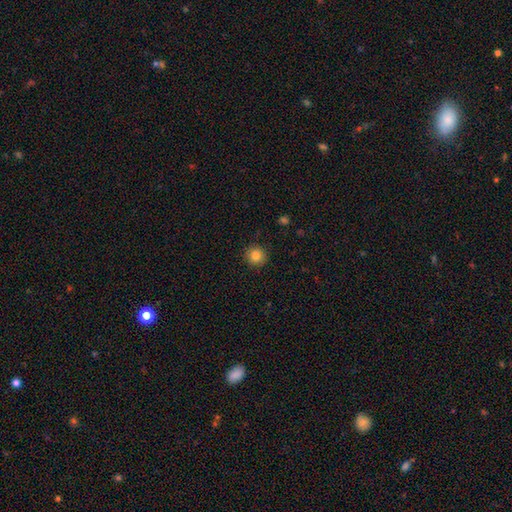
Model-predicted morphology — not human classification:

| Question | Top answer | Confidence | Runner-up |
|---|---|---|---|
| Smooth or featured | smooth | 84% | star or artifact (10%) |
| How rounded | round | 94% | in between (5%) |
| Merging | none | 90% | minor disturbance (7%) |